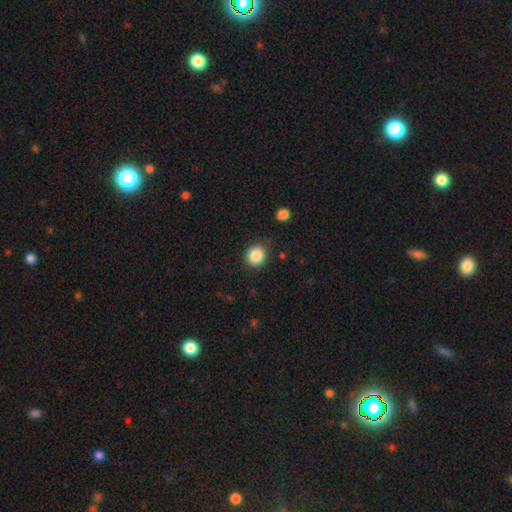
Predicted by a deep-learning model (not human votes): This appears to be a smooth galaxy with no disk features (86%) that is round (86%). Merging: none (86%).